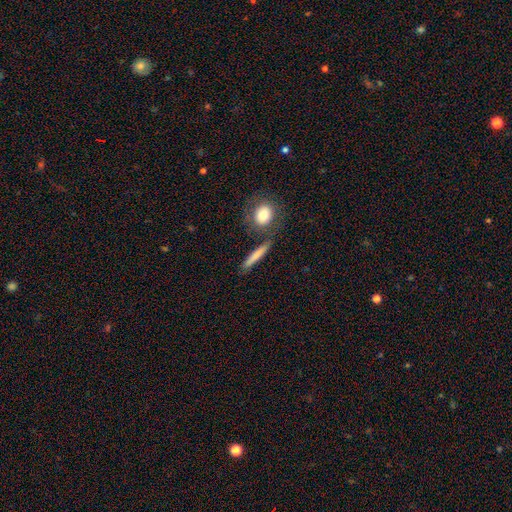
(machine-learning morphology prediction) Smooth or featured? smooth (74%)
How rounded? cigar-shaped (82%)
Merging? none (77%)